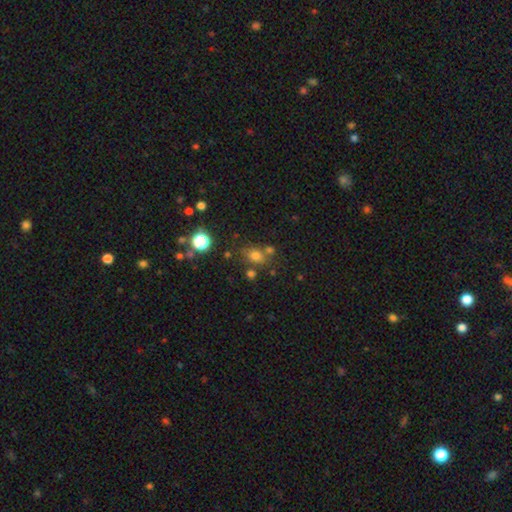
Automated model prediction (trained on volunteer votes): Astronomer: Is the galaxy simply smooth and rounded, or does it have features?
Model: smooth — 70%.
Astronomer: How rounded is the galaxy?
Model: in between — 57% (runner-up: round, 41%).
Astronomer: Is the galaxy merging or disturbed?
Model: none — 60%.